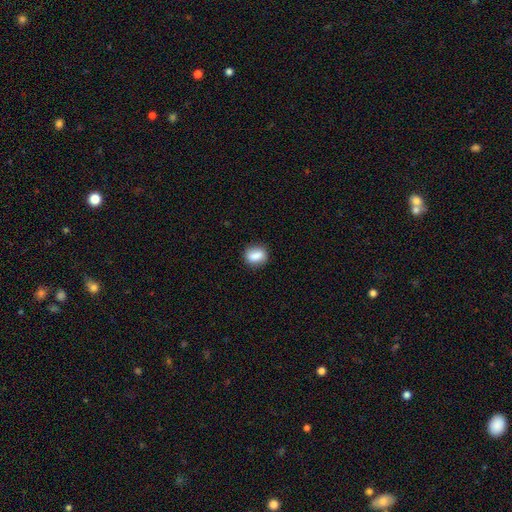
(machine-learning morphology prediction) Smooth or featured: smooth — 83% (featured or disk — 9%)
How rounded: in between — 52% (round — 45%)
Merging: none — 82% (minor disturbance — 13%)